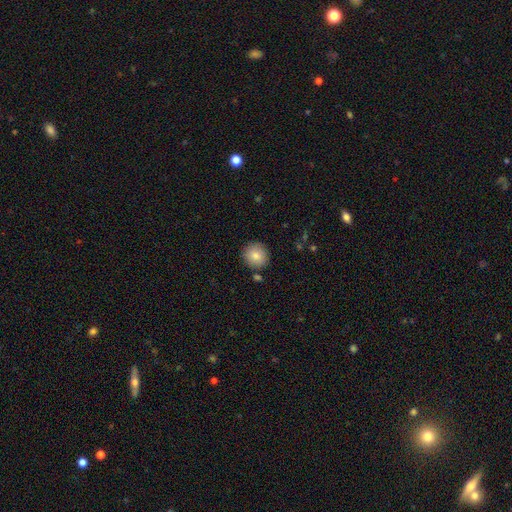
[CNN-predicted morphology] smooth_or_featured: smooth (p=0.83) [alt: star or artifact p=0.08]
how_rounded: round (p=0.91) [alt: in between p=0.08]
merging: none (p=0.86) [alt: minor disturbance p=0.08]